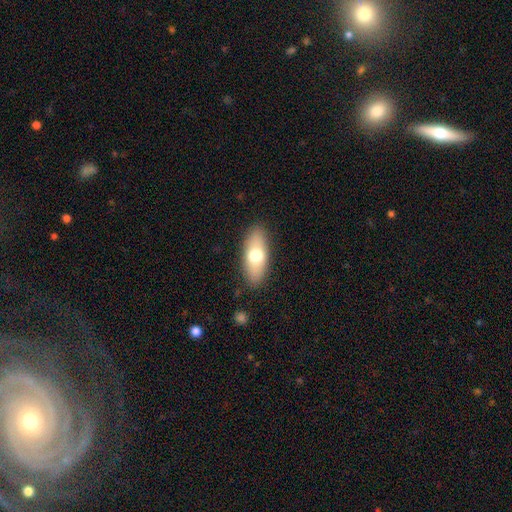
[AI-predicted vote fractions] Smooth or featured?
  - smooth: 68% *
  - featured or disk: 26%
  - star or artifact: 7%
How rounded?
  - in between: 80% *
  - cigar-shaped: 16%
  - round: 3%
Merging?
  - none: 87% *
  - minor disturbance: 9%
  - major disturbance: 3%
  - merger: 1%